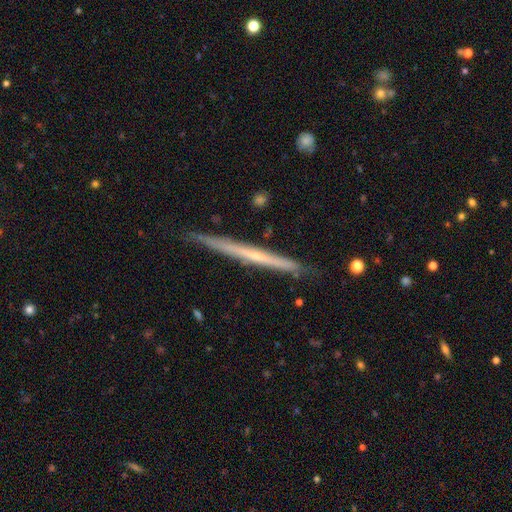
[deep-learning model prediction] This is likely a featured or disk galaxy (67%). It is clearly viewed edge-on (97%). Edge-on bulge: likely none (69%). Merging: clearly none (85%).